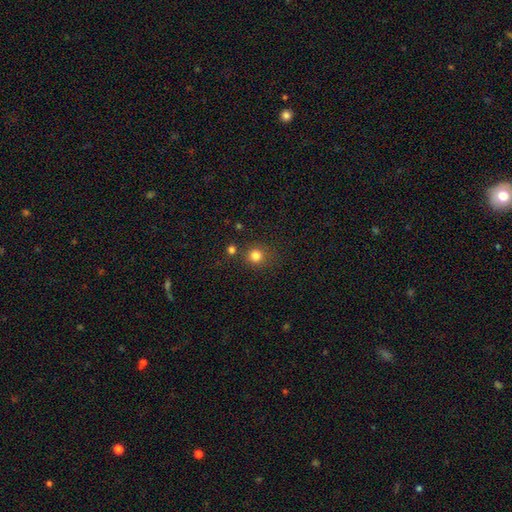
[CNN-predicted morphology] smooth 80%, star or artifact 15%, featured or disk 5%. Down the decision tree: how rounded — round (90%); merging — none (79%).